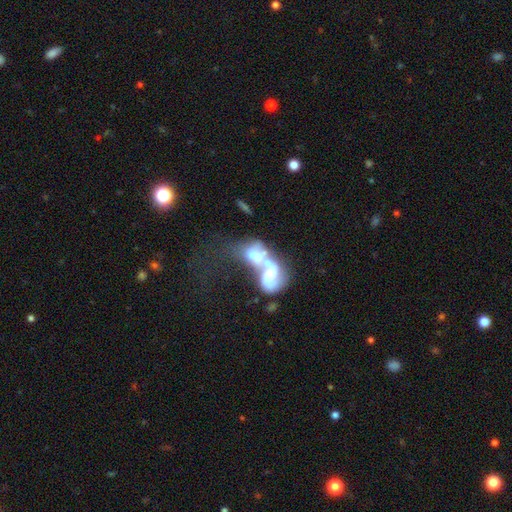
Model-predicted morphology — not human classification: smooth-or-featured: featured or disk: 57% | smooth: 34% | star or artifact: 9%
  disk-edge-on: no: 97% | yes: 3%
    bar: no: 75% | weak: 17% | strong: 8%
    has-spiral-arms: no: 62% | yes: 38%
    bulge-size: moderate: 31% | none: 26% | large: 22% | small: 14% | dominant: 6%
  merging: merger: 76% | major disturbance: 12% | none: 7% | minor disturbance: 4%